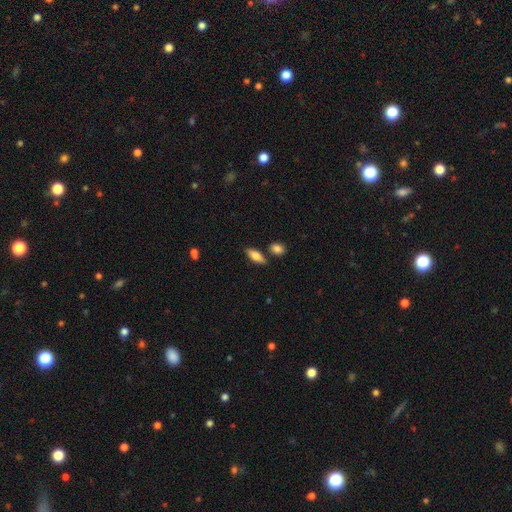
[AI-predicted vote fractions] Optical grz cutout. It shows a smooth galaxy with no disk features (75%) that is in between round and cigar-shaped (76%). Merging: none (78%).